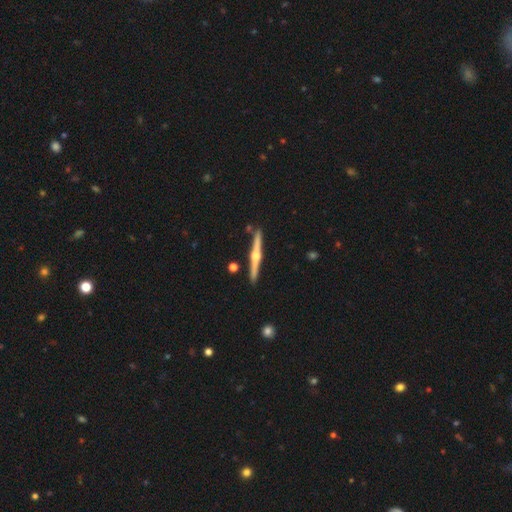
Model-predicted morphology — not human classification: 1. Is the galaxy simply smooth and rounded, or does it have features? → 80% featured or disk, 15% smooth, 5% star or artifact.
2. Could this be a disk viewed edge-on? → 98% yes, 2% no.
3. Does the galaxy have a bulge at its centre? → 94% rounded, 3% boxy, 3% none.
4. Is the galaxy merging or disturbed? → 89% none, 7% minor disturbance, 3% merger, 1% major disturbance.